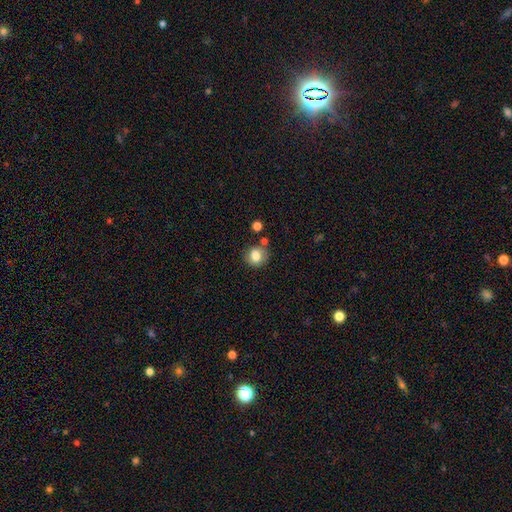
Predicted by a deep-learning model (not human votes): smooth 80%, featured or disk 10%, star or artifact 10%. Down the decision tree: how rounded — round (77%); merging — none (71%).